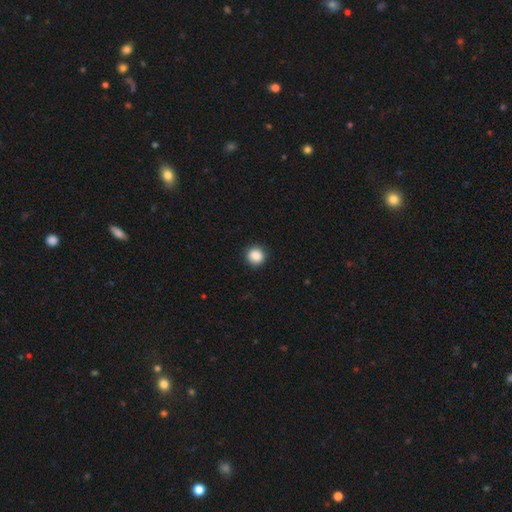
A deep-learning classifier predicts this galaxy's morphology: Smooth or featured? smooth (88%)
How rounded? round (91%)
Merging? none (90%)